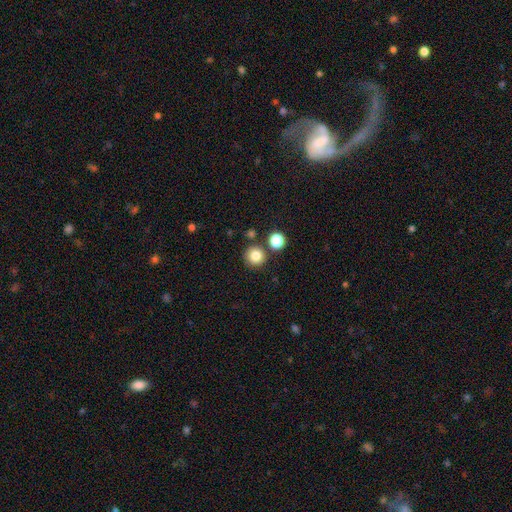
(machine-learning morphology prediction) Smooth or featured?
  - smooth: 83% *
  - star or artifact: 11%
  - featured or disk: 6%
How rounded?
  - round: 94% *
  - in between: 5%
  - cigar-shaped: 1%
Merging?
  - none: 82% *
  - merger: 8%
  - minor disturbance: 7%
  - major disturbance: 2%